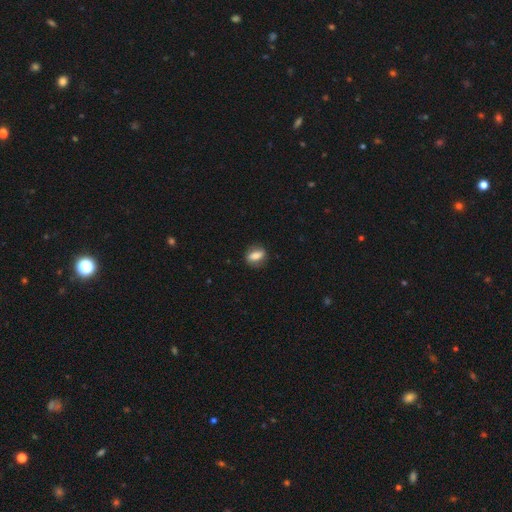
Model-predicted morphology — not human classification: This appears to be a smooth galaxy with no disk features (73%) that is in between round and cigar-shaped (72%). Merging: none (81%).